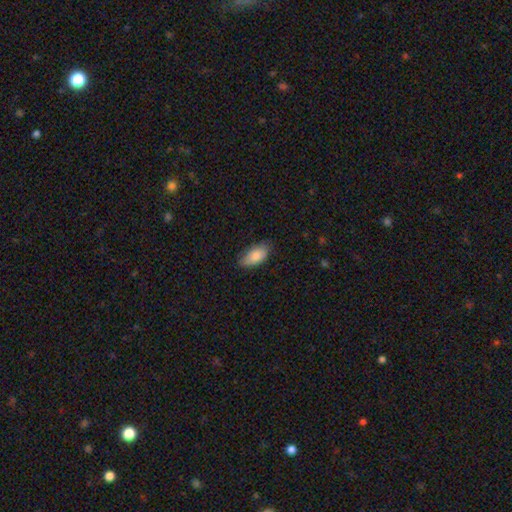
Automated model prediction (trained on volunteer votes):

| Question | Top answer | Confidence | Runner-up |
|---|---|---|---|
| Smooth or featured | smooth | 83% | featured or disk (11%) |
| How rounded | in between | 92% | cigar-shaped (5%) |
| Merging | none | 78% | minor disturbance (18%) |